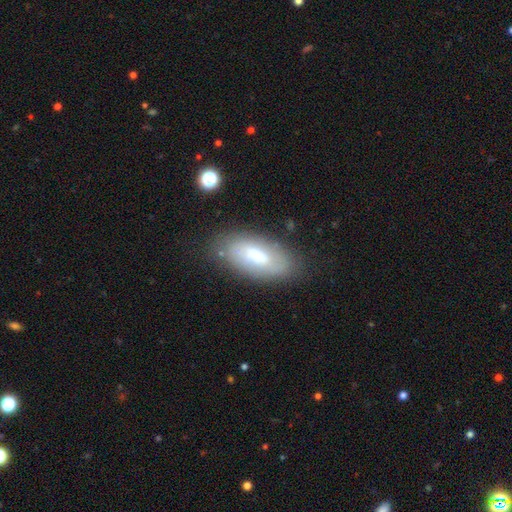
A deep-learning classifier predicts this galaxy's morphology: Smooth or featured: smooth — 65% (featured or disk — 27%)
How rounded: in between — 88% (cigar-shaped — 9%)
Merging: none — 73% (minor disturbance — 18%)